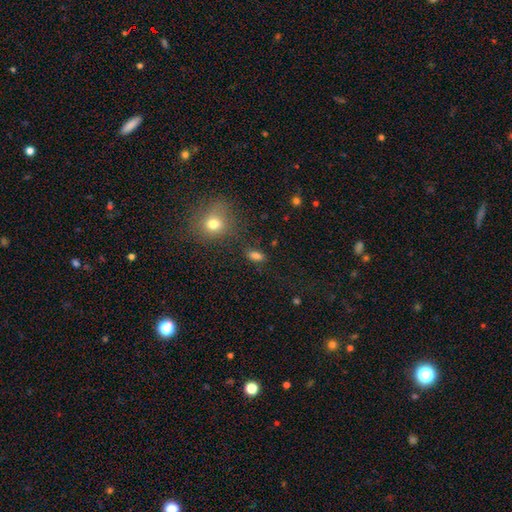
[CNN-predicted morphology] smooth 80%, star or artifact 14%, featured or disk 6%. Down the decision tree: how rounded — in between (84%); merging — none (79%).